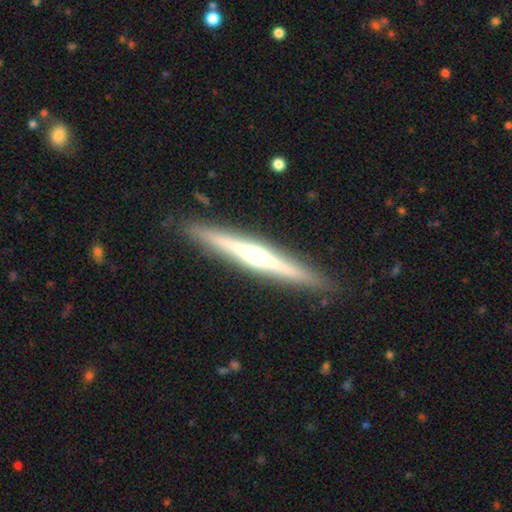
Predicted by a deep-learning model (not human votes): featured or disk 74%, smooth 20%, star or artifact 6%. Down the decision tree: edge-on disk — yes (98%); edge-on bulge — rounded (87%); merging — none (90%).